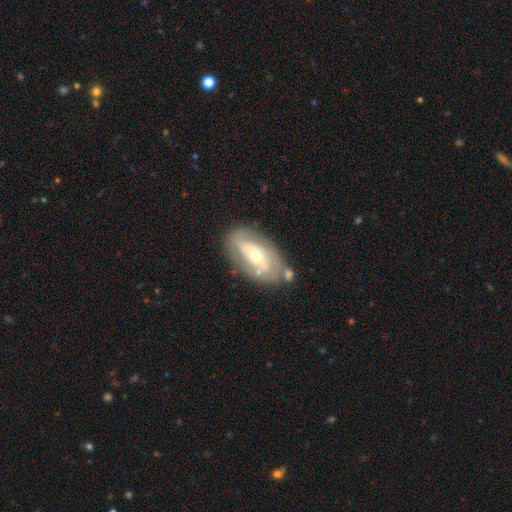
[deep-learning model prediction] This is likely a featured or disk galaxy (66%). It is clearly not viewed edge-on (90%). Bar: possibly no (54%). Spiral arm pattern: possibly yes (58%). Central bulge: possibly moderate (54%). Merging: likely none (67%).